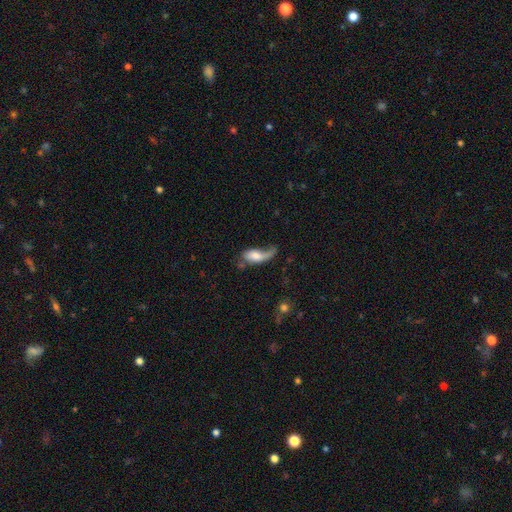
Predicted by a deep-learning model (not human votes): smooth_or_featured: smooth (p=0.53) [alt: featured or disk p=0.39]
how_rounded: in between (p=0.76) [alt: cigar-shaped p=0.19]
merging: major disturbance (p=0.40) [alt: none p=0.27]